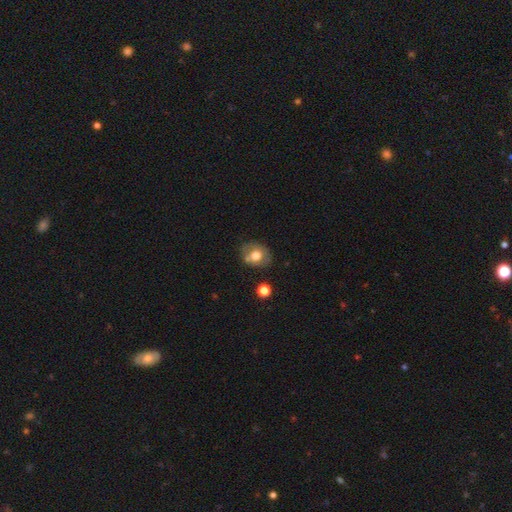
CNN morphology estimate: Smooth or featured: smooth — 59% (featured or disk — 32%)
How rounded: round — 56% (in between — 43%)
Merging: none — 67% (minor disturbance — 19%)